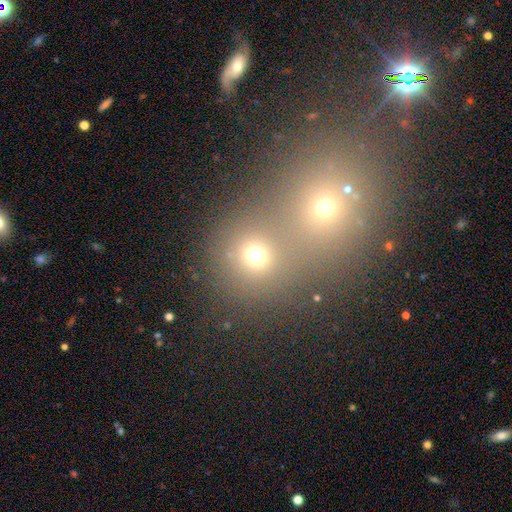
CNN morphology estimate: A smooth galaxy with no disk features (70%) that is round (87%). Merging: none (48%).